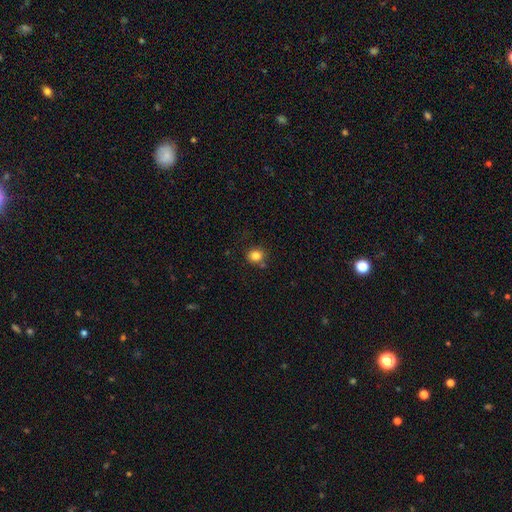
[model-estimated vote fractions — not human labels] A smooth galaxy with no disk features (83%) that is round (74%). Merging: none (75%).